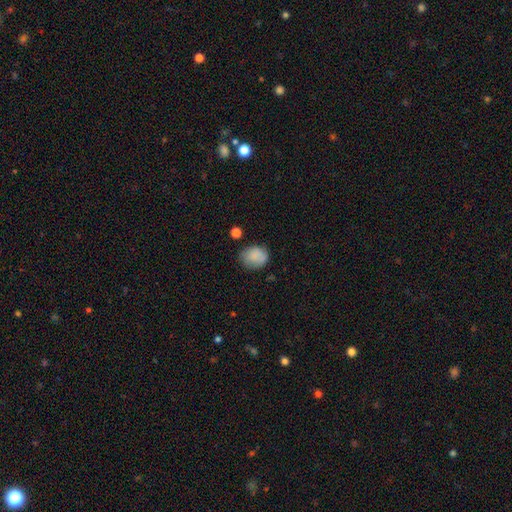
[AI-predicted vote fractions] The model was most divided on "how rounded": round: 61%, in between: 38%, cigar-shaped: 1%. More confident: smooth or featured — smooth (82%); merging — none (67%).